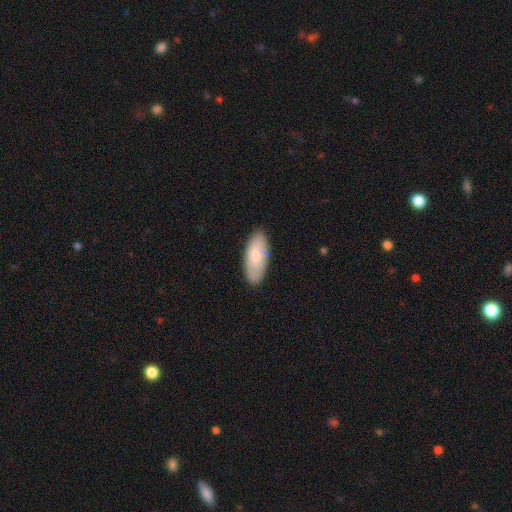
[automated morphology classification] This appears to be a smooth galaxy with no disk features (79%) that is in between round and cigar-shaped (86%). Merging: none (86%).